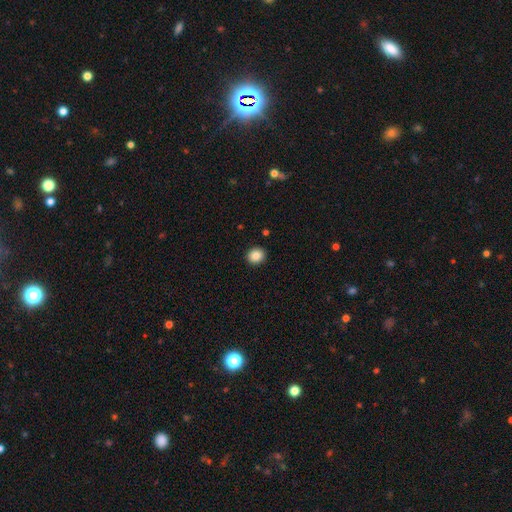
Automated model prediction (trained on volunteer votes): The model was most divided on "how rounded": round: 76%, in between: 24%, cigar-shaped: 1%. More confident: merging — none (92%); smooth or featured — smooth (86%).